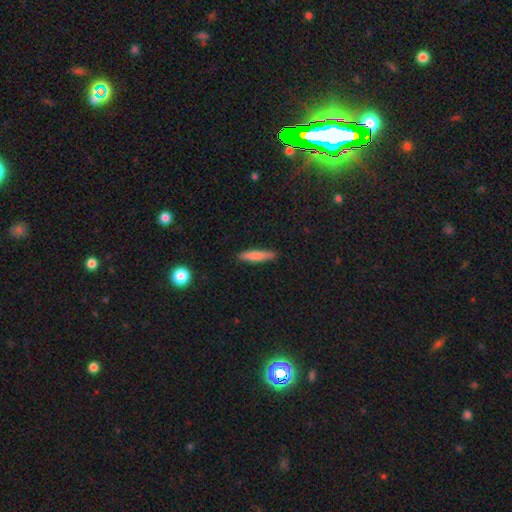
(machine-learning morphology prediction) Smooth or featured? Predicted: smooth (p=0.80). How rounded? Predicted: cigar-shaped (p=0.87). Merging? Predicted: none (p=0.88).